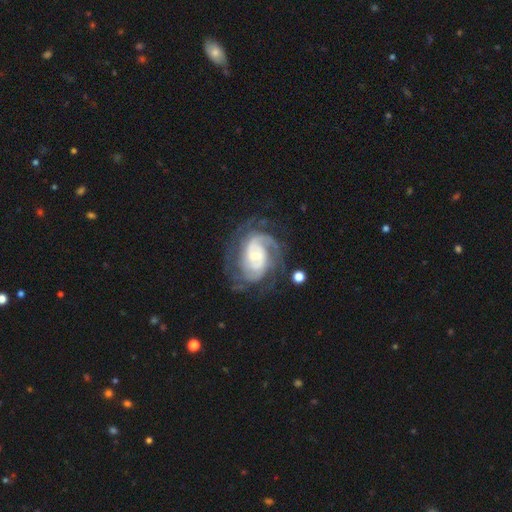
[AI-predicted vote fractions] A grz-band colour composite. It shows a featured or disk galaxy (88%) with a weak bar (48%), 2 (43%) tight (53%) spiral arms (96%) and a small central bulge (52%). Merging: none (65%).